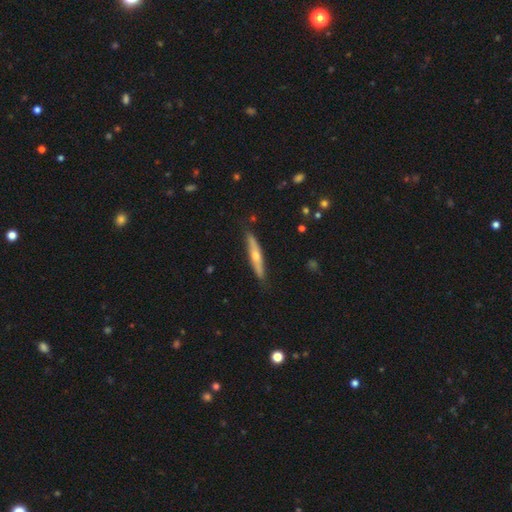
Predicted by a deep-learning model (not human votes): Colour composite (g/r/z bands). It shows a featured or disk galaxy (54%) viewed edge-on (91%). Merging: none (85%).